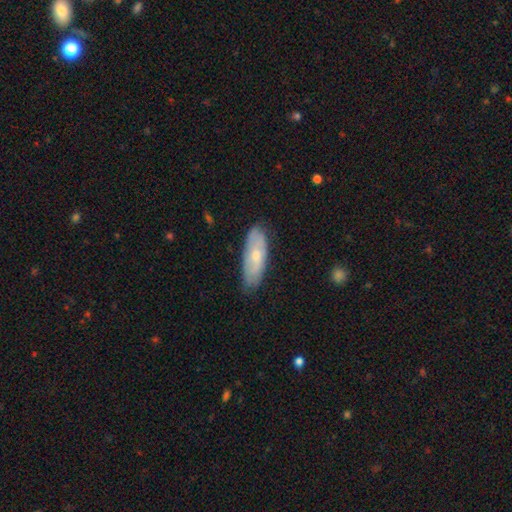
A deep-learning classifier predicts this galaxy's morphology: smooth 53%, featured or disk 41%, star or artifact 6%. Down the decision tree: how rounded — in between (72%); merging — none (74%).